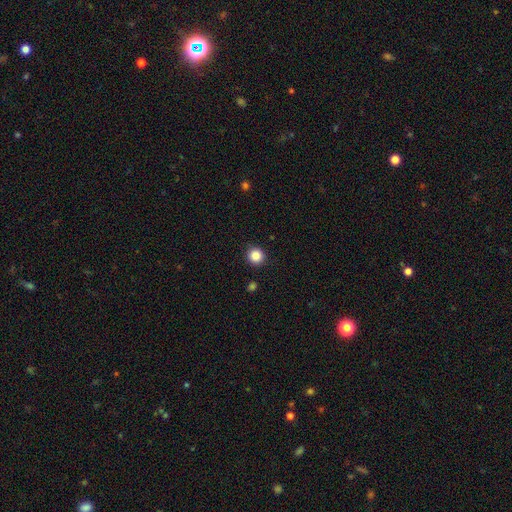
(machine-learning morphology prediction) smooth 86%, star or artifact 11%, featured or disk 3%. Down the decision tree: how rounded — round (93%); merging — none (92%).